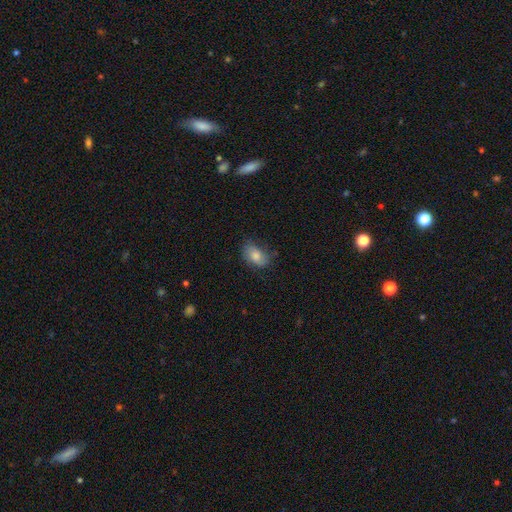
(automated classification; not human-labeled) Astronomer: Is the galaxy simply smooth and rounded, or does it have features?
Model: smooth — 74%.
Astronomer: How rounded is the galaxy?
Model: in between — 85%.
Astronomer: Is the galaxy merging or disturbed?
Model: none — 66%.